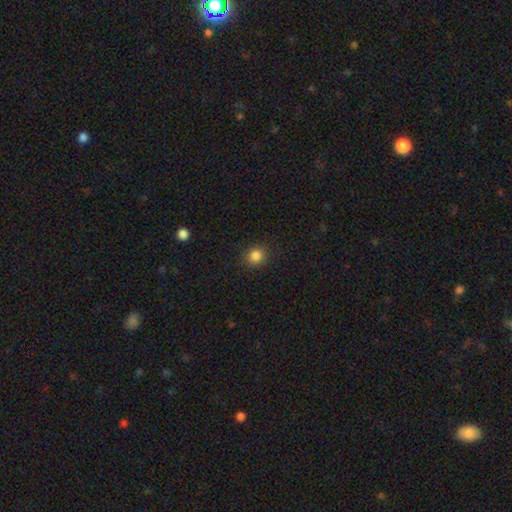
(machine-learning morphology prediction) smooth-or-featured: smooth: 84% | star or artifact: 12% | featured or disk: 4%
  how-rounded: round: 86% | in between: 13% | cigar-shaped: 1%
  merging: none: 90% | minor disturbance: 7% | major disturbance: 2% | merger: 1%